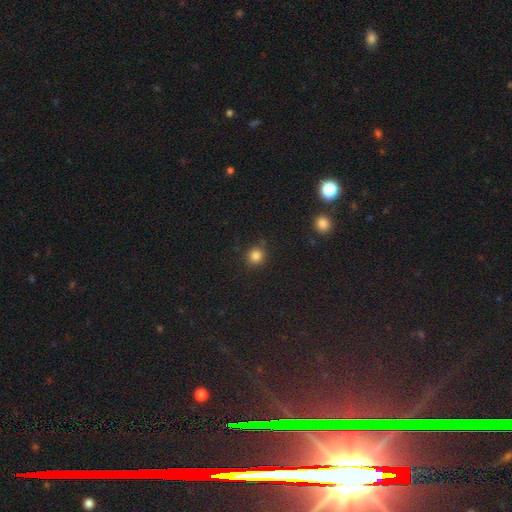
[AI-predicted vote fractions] This appears to be a smooth galaxy with no disk features (83%) that is round (91%). Merging: none (85%).